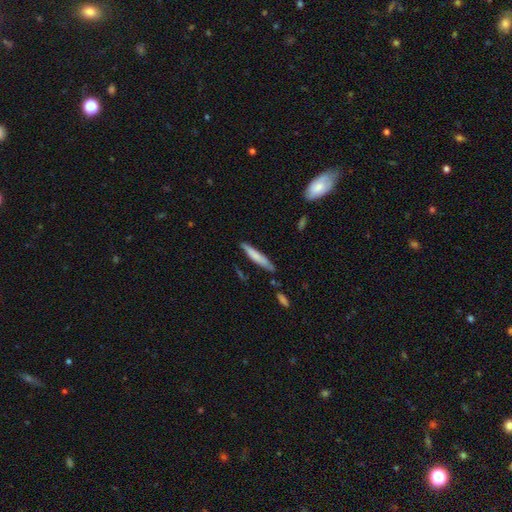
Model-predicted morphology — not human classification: Overall: smooth (71%). How rounded: cigar-shaped (92%). Merging: none (76%).